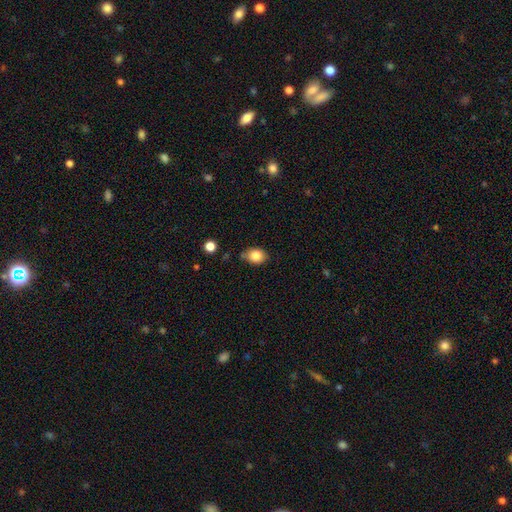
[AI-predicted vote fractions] Morphology: type=smooth (84%); roundness=in between (58%); merging=none (69%).